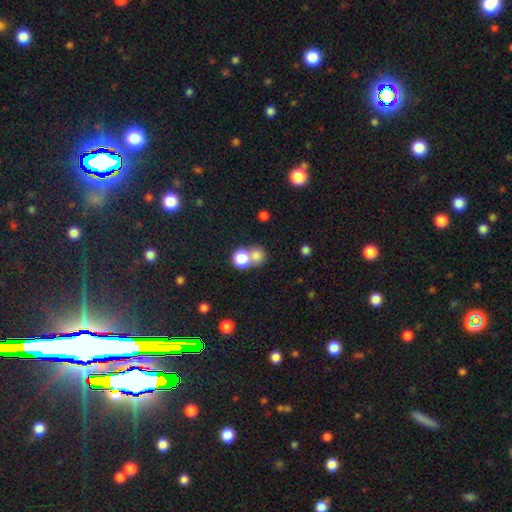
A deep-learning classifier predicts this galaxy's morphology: A smooth galaxy with no disk features (79%) that is round (81%). Merging: merger (50%).